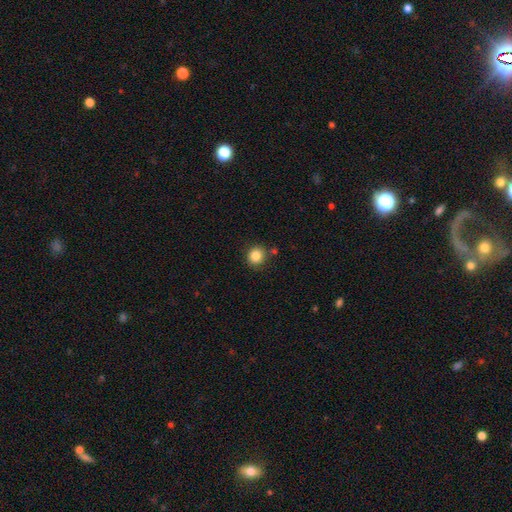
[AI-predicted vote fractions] This is clearly a smooth galaxy (85%). How rounded: clearly round (90%). Merging: clearly none (84%).